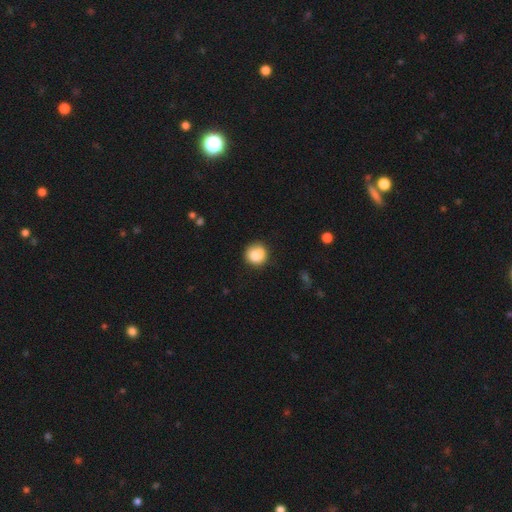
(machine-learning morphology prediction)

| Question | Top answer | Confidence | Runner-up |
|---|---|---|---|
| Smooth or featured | smooth | 85% | star or artifact (9%) |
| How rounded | round | 84% | in between (15%) |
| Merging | none | 73% | minor disturbance (19%) |